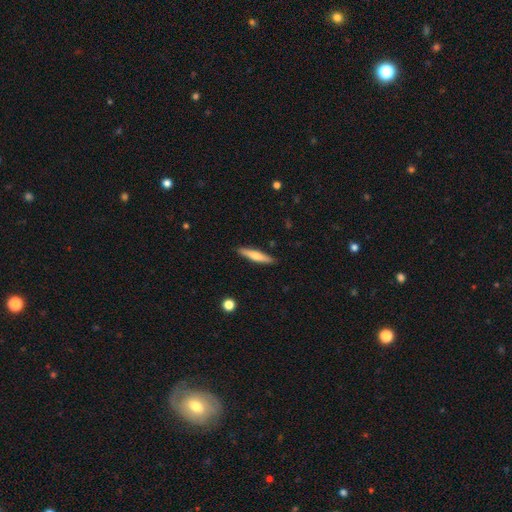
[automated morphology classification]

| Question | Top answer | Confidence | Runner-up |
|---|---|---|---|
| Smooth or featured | smooth | 59% | featured or disk (35%) |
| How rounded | cigar-shaped | 88% | in between (11%) |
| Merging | none | 90% | minor disturbance (7%) |